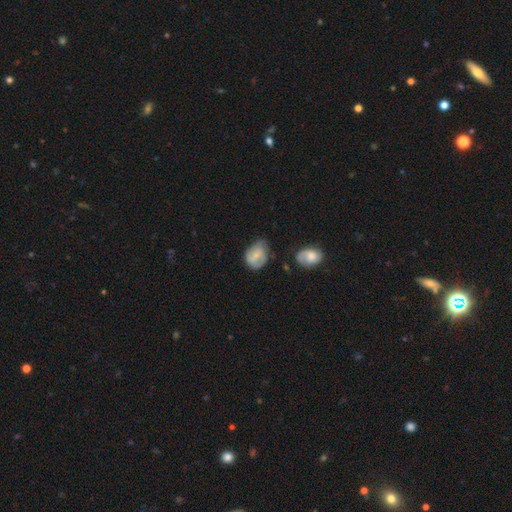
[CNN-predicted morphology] Smooth or featured? Predicted: smooth (p=0.59). How rounded? Predicted: in between (p=0.60). Merging? Predicted: none (p=0.40).